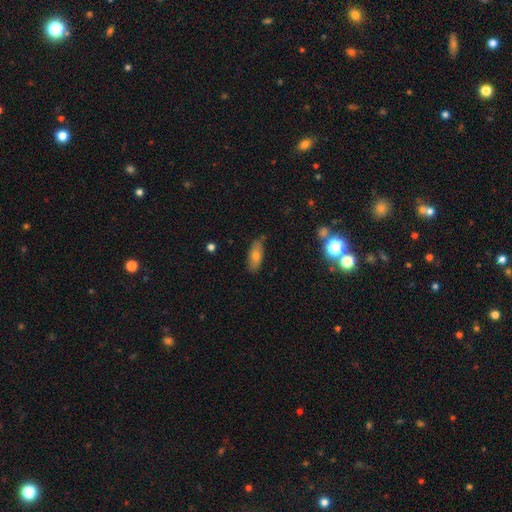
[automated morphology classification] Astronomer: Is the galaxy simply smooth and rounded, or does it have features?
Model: smooth — 70%.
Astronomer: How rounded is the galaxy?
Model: in between — 79%.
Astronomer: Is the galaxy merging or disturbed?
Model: none — 82%.